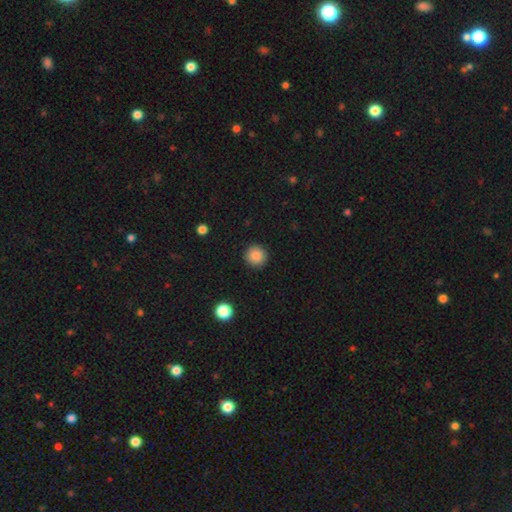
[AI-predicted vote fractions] Q: Smooth or featured?
A: smooth (87%); runner-up: star or artifact (9%)
Q: How rounded?
A: round (93%); runner-up: in between (6%)
Q: Merging?
A: none (91%); runner-up: minor disturbance (6%)